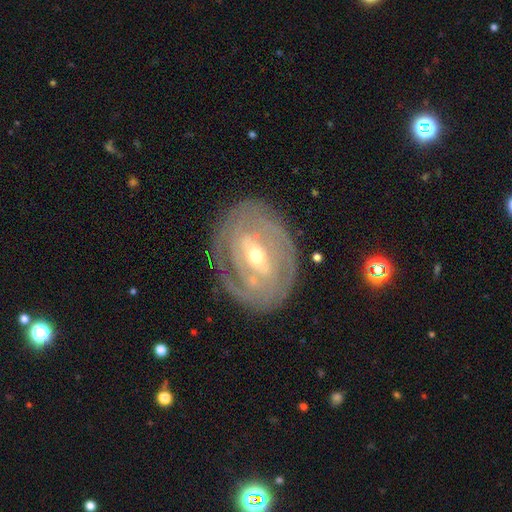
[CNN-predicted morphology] Smooth or featured?
  - featured or disk: 82% *
  - smooth: 13%
  - star or artifact: 5%
Edge-on disk?
  - no: 94% *
  - yes: 6%
Bar?
  - weak: 41% *
  - strong: 36%
  - no: 23%
Spiral arms?
  - yes: 79% *
  - no: 21%
Spiral winding?
  - tight: 73% *
  - medium: 19%
  - loose: 7%
Spiral arm count?
  - can't tell: 39% *
  - 2: 32%
  - 3: 12%
  - 1: 7%
  - 4: 6%
  - more than 4: 4%
Bulge size?
  - moderate: 56% *
  - small: 39%
  - large: 3%
  - dominant: 1%
  - none: 1%
Merging?
  - none: 78% *
  - minor disturbance: 15%
  - major disturbance: 6%
  - merger: 2%